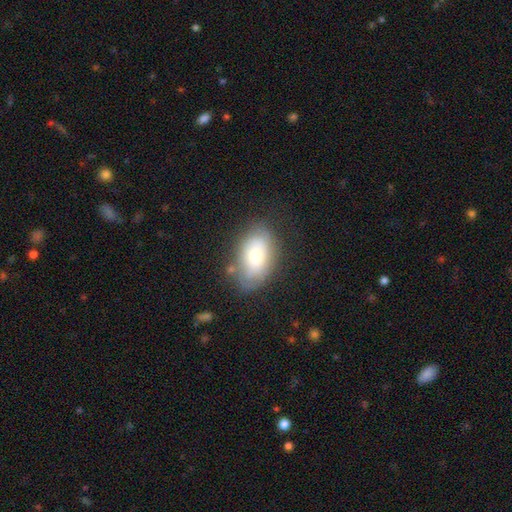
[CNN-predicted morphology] smooth 68%, featured or disk 24%, star or artifact 8%. Down the decision tree: how rounded — in between (89%); merging — none (68%).